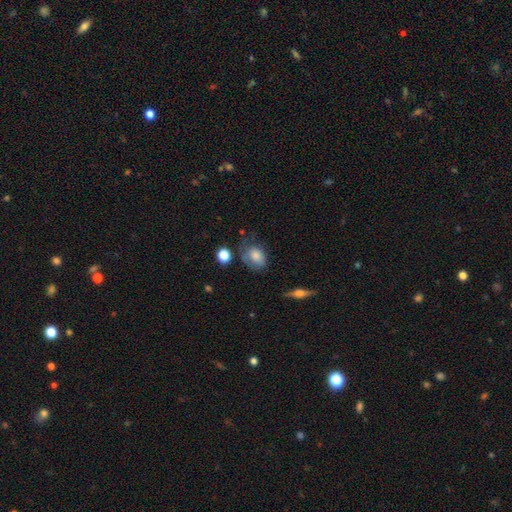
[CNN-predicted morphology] This is likely a smooth galaxy (74%). How rounded: likely in between (65%). Merging: marginally none (42%).